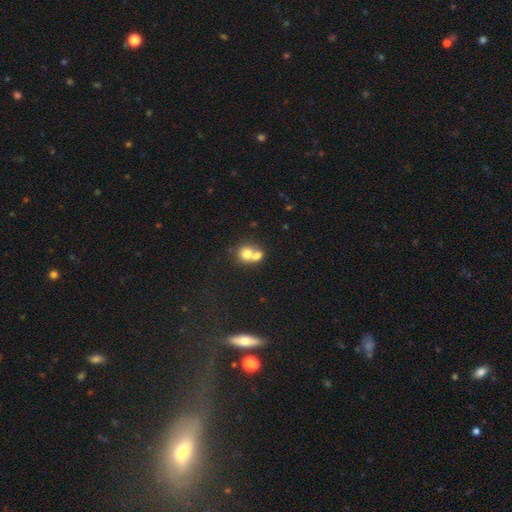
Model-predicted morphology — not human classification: This is likely a smooth galaxy (71%). How rounded: likely round (74%). Merging: likely merger (64%).